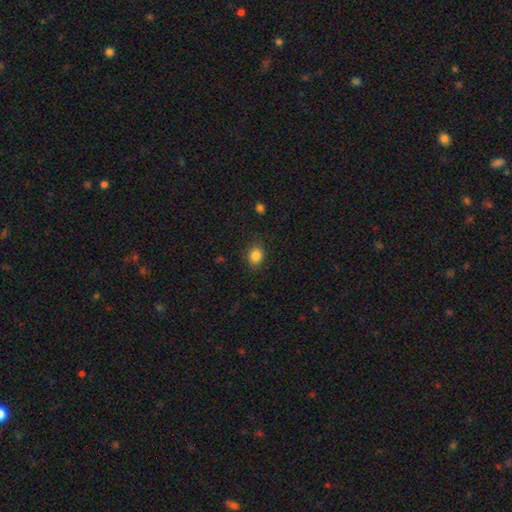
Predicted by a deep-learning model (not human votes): Smooth or featured? Predicted: smooth (p=0.84). How rounded? Predicted: in between (p=0.50). Merging? Predicted: none (p=0.82).